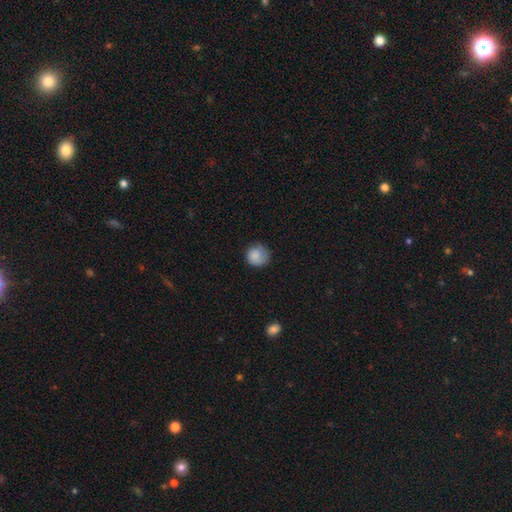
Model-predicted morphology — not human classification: Smooth or featured?
  - smooth: 83% *
  - featured or disk: 9%
  - star or artifact: 7%
How rounded?
  - round: 89% *
  - in between: 11%
  - cigar-shaped: 1%
Merging?
  - none: 70% *
  - minor disturbance: 21%
  - major disturbance: 8%
  - merger: 1%